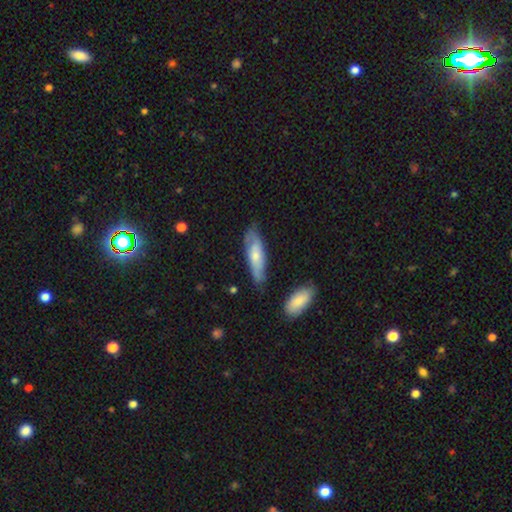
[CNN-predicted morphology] Smooth or featured?
  - smooth: 51% *
  - featured or disk: 43%
  - star or artifact: 6%
How rounded?
  - in between: 51% *
  - cigar-shaped: 47%
  - round: 2%
Merging?
  - none: 69% *
  - minor disturbance: 22%
  - major disturbance: 5%
  - merger: 4%